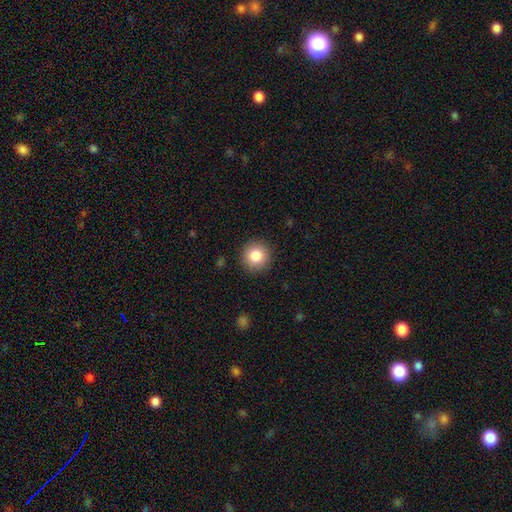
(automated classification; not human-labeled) Smooth or featured? smooth (84%)
How rounded? round (95%)
Merging? none (91%)